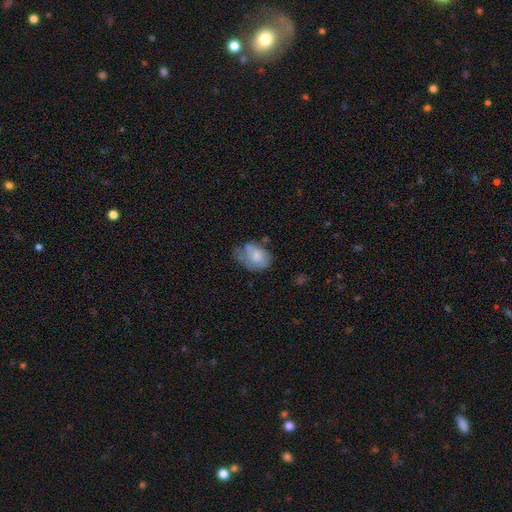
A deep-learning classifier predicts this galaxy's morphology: This appears to be a smooth galaxy with no disk features (70%) that is in between round and cigar-shaped (79%). Merging: minor disturbance (38%).